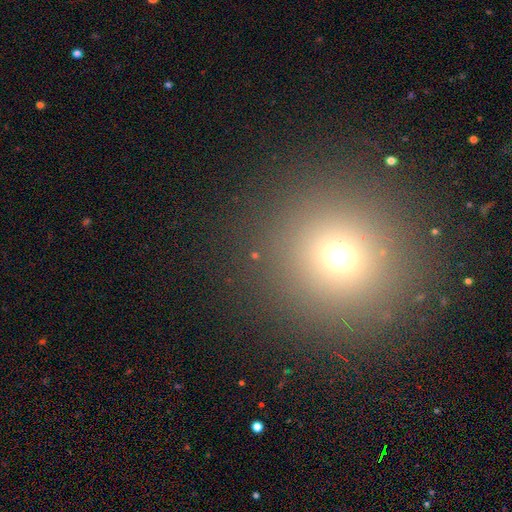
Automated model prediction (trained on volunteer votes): A smooth galaxy with no disk features (53%) that is round (83%).

Vote fractions:
- Smooth or featured? smooth: 53% / star or artifact: 38% / featured or disk: 9%
- How rounded? round: 83% / in between: 15% / cigar-shaped: 2%
- Merging? none: 84% / minor disturbance: 7% / major disturbance: 5% / merger: 4%